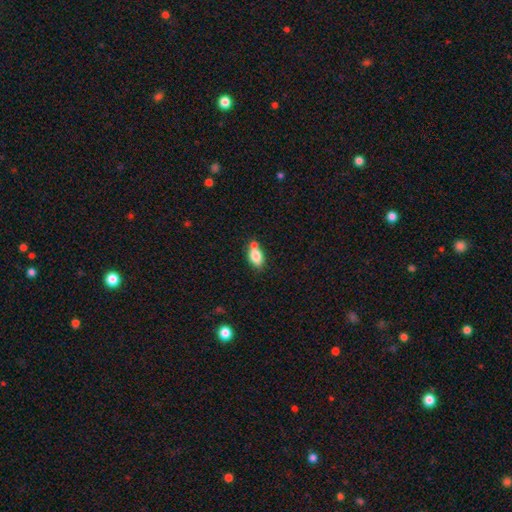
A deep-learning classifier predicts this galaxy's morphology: Overall: smooth (80%). How rounded: in between (86%). Merging: none (49%; merger 31%).